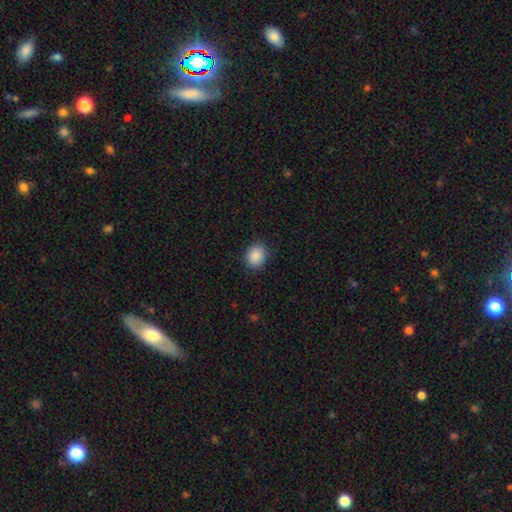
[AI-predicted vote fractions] Smooth or featured?
  - smooth: 89% *
  - star or artifact: 8%
  - featured or disk: 3%
How rounded?
  - round: 54% *
  - in between: 45%
  - cigar-shaped: 1%
Merging?
  - none: 87% *
  - minor disturbance: 10%
  - major disturbance: 2%
  - merger: 1%